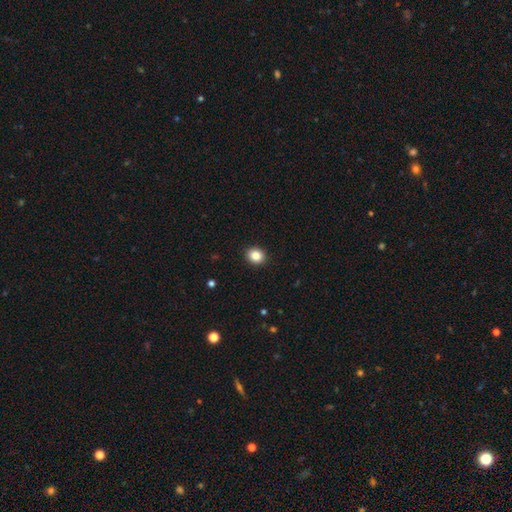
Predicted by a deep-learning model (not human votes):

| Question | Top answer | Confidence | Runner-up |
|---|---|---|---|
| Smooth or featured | smooth | 87% | star or artifact (10%) |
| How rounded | round | 66% | in between (33%) |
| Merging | none | 91% | minor disturbance (6%) |